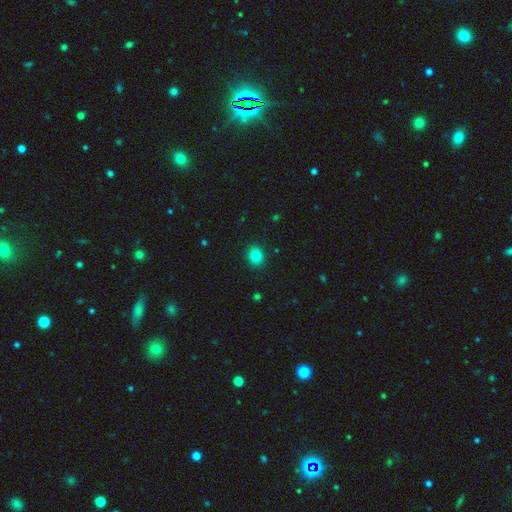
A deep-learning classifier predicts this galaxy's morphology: Smooth or featured: smooth — 82% (star or artifact — 11%)
How rounded: round — 73% (in between — 27%)
Merging: none — 90% (minor disturbance — 7%)